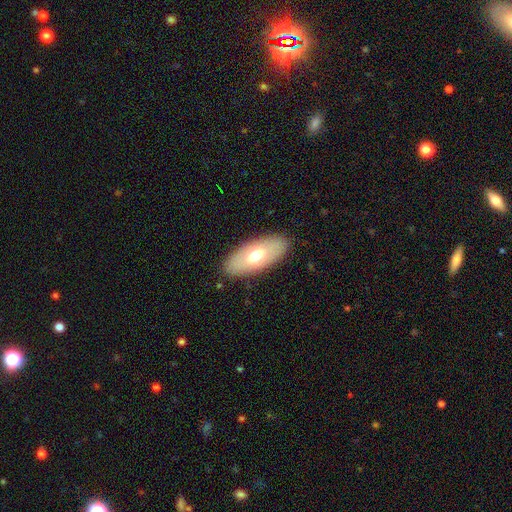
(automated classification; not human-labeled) Q: Smooth or featured?
A: smooth (64%); runner-up: featured or disk (30%)
Q: How rounded?
A: in between (86%); runner-up: cigar-shaped (11%)
Q: Merging?
A: none (87%); runner-up: minor disturbance (9%)